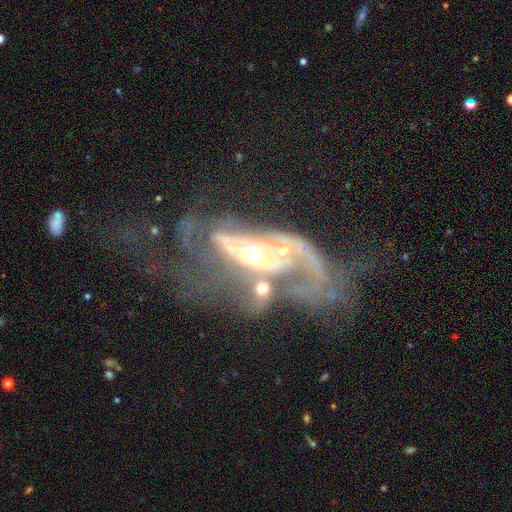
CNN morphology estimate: This is likely a featured or disk galaxy (77%). It is clearly not viewed edge-on (91%). Bar: likely no (69%). Spiral arm pattern: likely yes (71%). Spiral arm count: marginally can't tell (38%). Spiral winding: marginally loose (36%). Central bulge: likely small (62%). Merging: marginally major disturbance (40%).